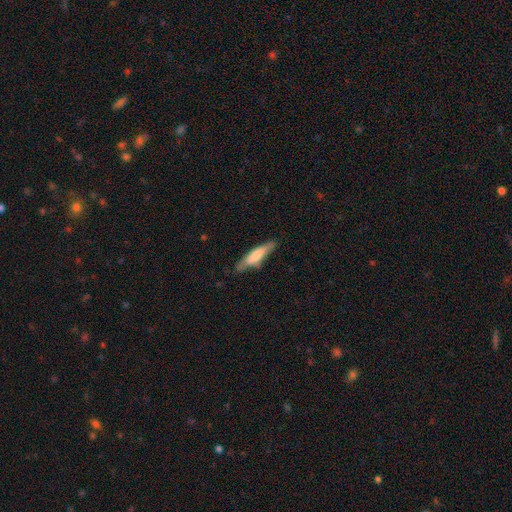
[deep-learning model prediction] Overall: smooth (66%; featured or disk 29%). How rounded: cigar-shaped (77%). Merging: none (72%).